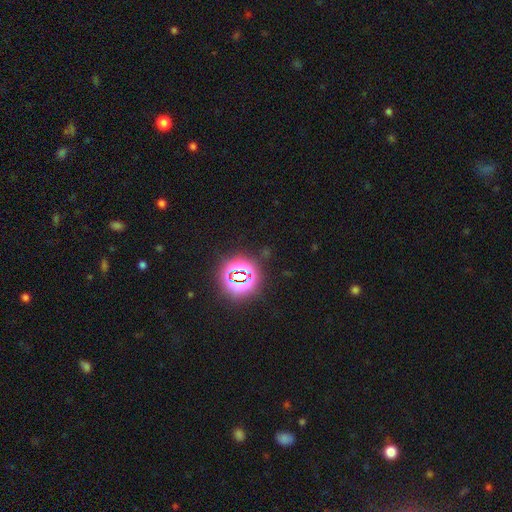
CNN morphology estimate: type=star or artifact (81%).